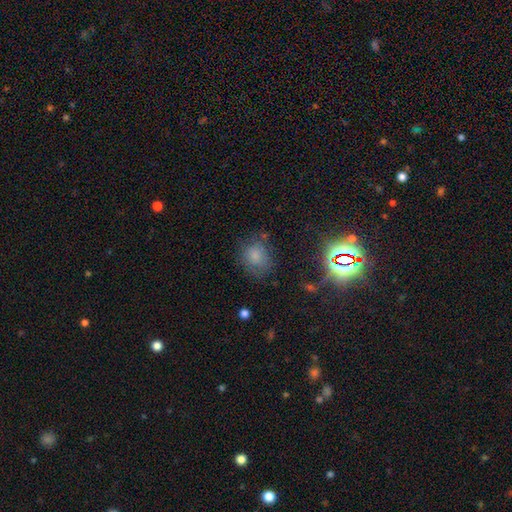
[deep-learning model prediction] smooth_or_featured: smooth (p=0.72) [alt: star or artifact p=0.17]
how_rounded: round (p=0.66) [alt: in between p=0.32]
merging: none (p=0.63) [alt: minor disturbance p=0.22]